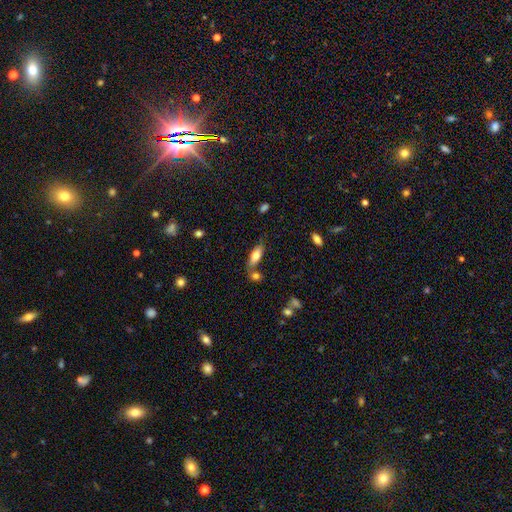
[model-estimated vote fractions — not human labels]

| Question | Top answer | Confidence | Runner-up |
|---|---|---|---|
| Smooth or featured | smooth | 69% | featured or disk (24%) |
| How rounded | in between | 68% | cigar-shaped (29%) |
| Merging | none | 67% | merger (15%) |